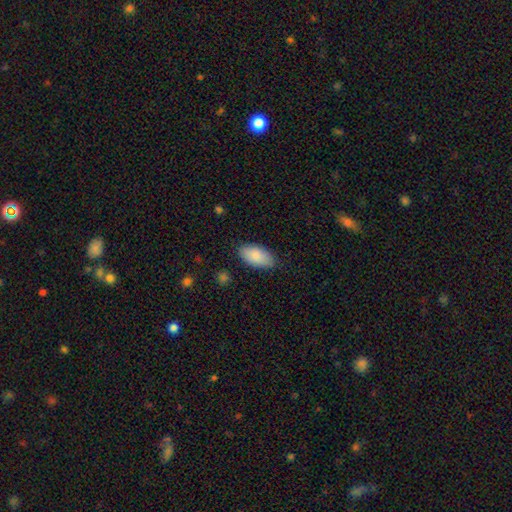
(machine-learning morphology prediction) Smooth or featured: smooth — 87% (featured or disk — 7%)
How rounded: in between — 94% (cigar-shaped — 3%)
Merging: none — 83% (minor disturbance — 13%)